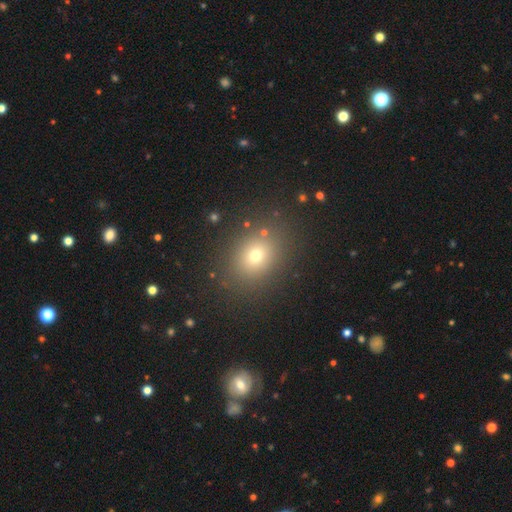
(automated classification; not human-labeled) smooth_or_featured: smooth (p=0.68) [alt: star or artifact p=0.21]
how_rounded: round (p=0.57) [alt: in between p=0.42]
merging: none (p=0.85) [alt: minor disturbance p=0.08]